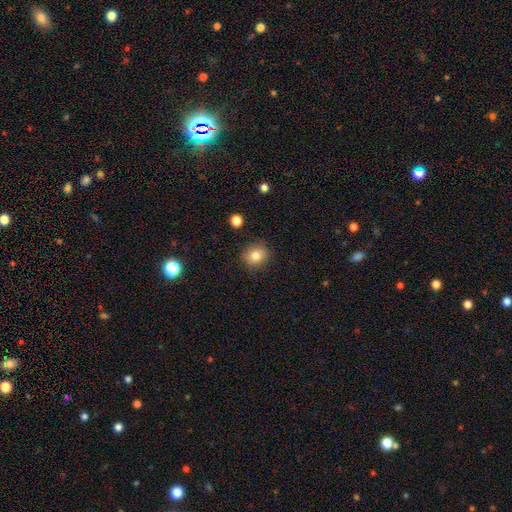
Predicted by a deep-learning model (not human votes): Smooth or featured: smooth — 81% (star or artifact — 11%)
How rounded: round — 74% (in between — 25%)
Merging: none — 87% (minor disturbance — 9%)